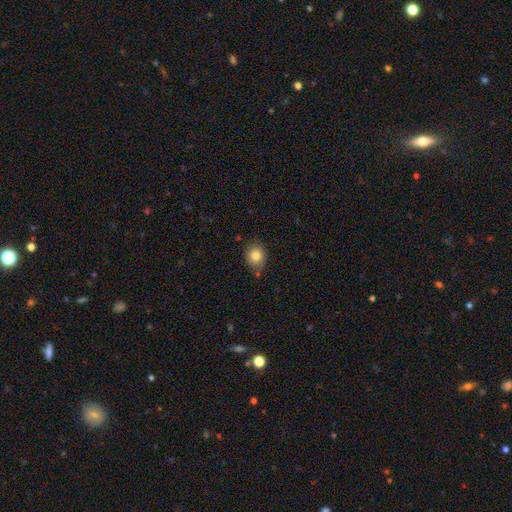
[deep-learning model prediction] Morphology: type=smooth (83%); roundness=round (69%); merging=none (78%).